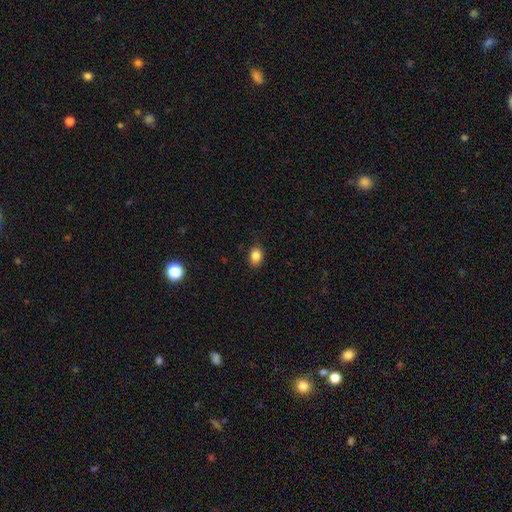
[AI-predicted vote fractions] smooth-or-featured: smooth: 84% | star or artifact: 10% | featured or disk: 5%
  how-rounded: in between: 63% | round: 36% | cigar-shaped: 1%
  merging: none: 83% | minor disturbance: 13% | major disturbance: 3% | merger: 1%